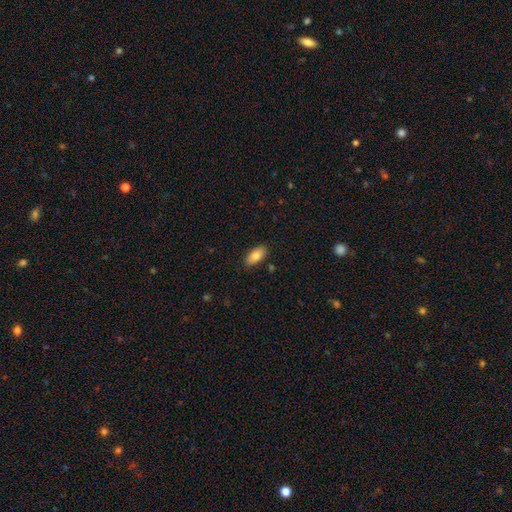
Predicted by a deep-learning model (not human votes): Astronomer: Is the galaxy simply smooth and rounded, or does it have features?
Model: smooth — 83%.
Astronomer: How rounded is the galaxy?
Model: in between — 92%.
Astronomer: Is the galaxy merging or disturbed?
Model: none — 87%.